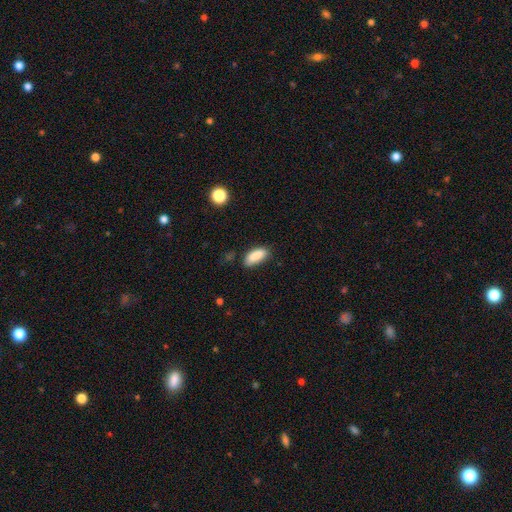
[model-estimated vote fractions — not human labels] smooth 87%, star or artifact 7%, featured or disk 6%. Down the decision tree: how rounded — in between (79%); merging — none (74%).